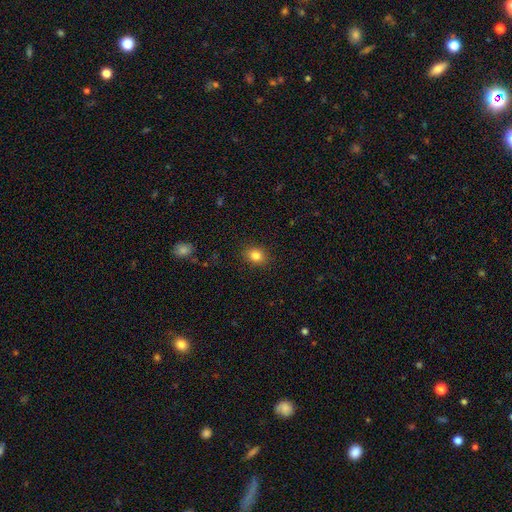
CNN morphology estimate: This is clearly a smooth galaxy (84%). How rounded: possibly in between (53%). Merging: clearly none (88%).